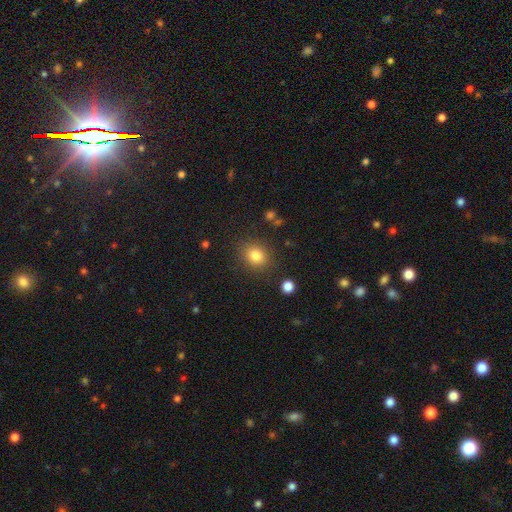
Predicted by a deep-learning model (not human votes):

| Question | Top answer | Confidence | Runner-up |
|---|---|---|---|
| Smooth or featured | smooth | 82% | star or artifact (11%) |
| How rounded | round | 65% | in between (34%) |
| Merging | none | 85% | minor disturbance (9%) |